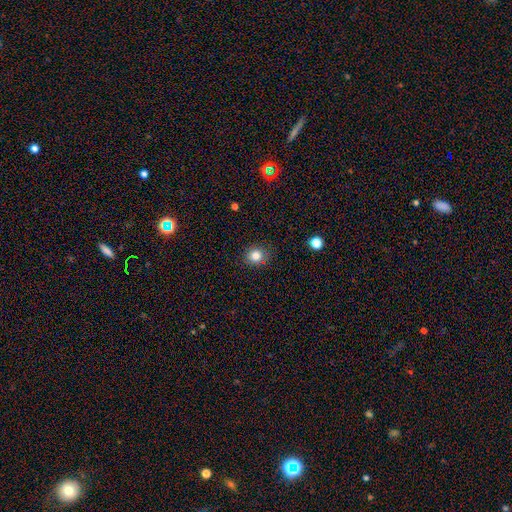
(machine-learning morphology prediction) smooth 82%, star or artifact 12%, featured or disk 6%. Down the decision tree: how rounded — round (77%); merging — none (86%).